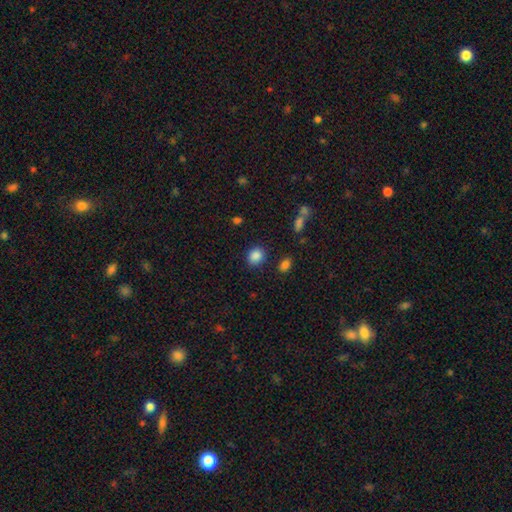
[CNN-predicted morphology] Smooth or featured?
  - smooth: 87% *
  - star or artifact: 9%
  - featured or disk: 3%
How rounded?
  - round: 63% *
  - in between: 36%
  - cigar-shaped: 1%
Merging?
  - none: 83% *
  - minor disturbance: 10%
  - major disturbance: 4%
  - merger: 3%